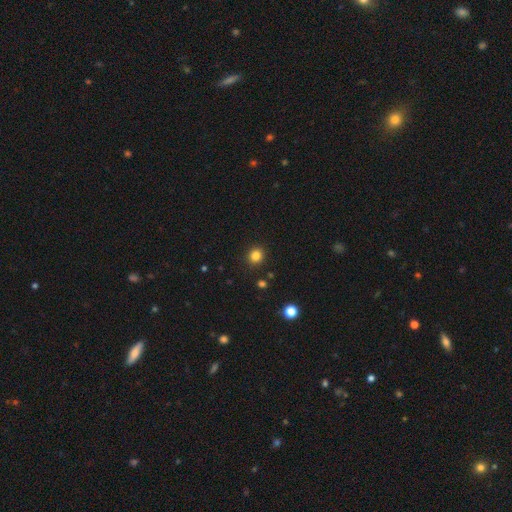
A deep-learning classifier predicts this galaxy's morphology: type=smooth (83%); roundness=round (84%); merging=none (90%).